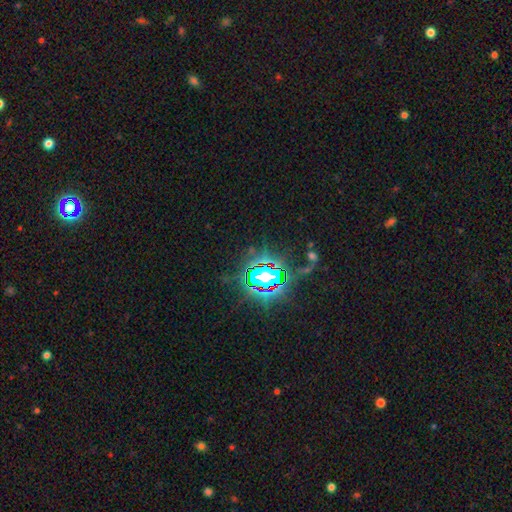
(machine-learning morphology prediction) This appears to be a star or artifact, not a galaxy (84%).